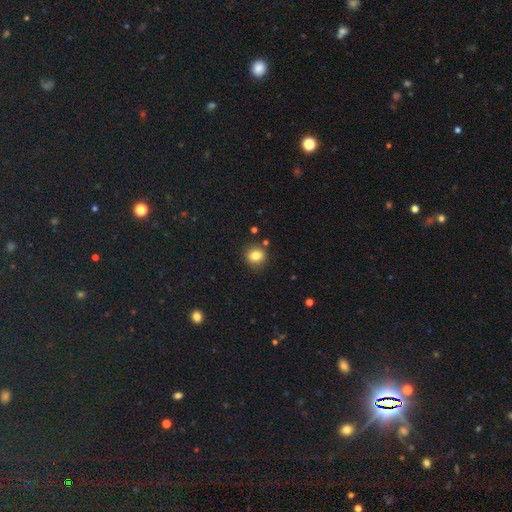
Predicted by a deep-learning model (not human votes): Smooth or featured?
  - smooth: 80% *
  - star or artifact: 12%
  - featured or disk: 8%
How rounded?
  - round: 86% *
  - in between: 13%
  - cigar-shaped: 1%
Merging?
  - none: 86% *
  - minor disturbance: 9%
  - merger: 4%
  - major disturbance: 2%